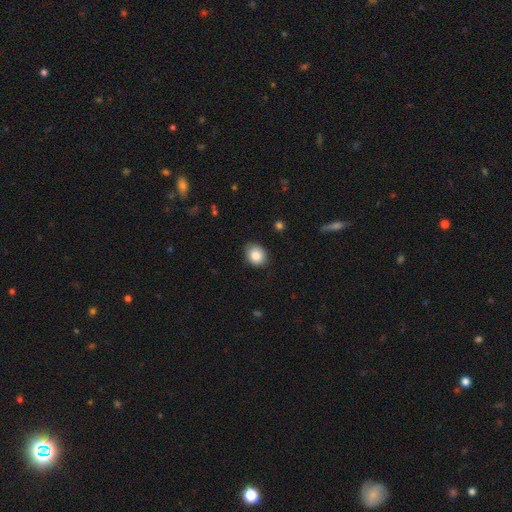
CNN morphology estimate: Smooth or featured: smooth — 85% (star or artifact — 8%)
How rounded: round — 52% (in between — 47%)
Merging: none — 82% (minor disturbance — 15%)